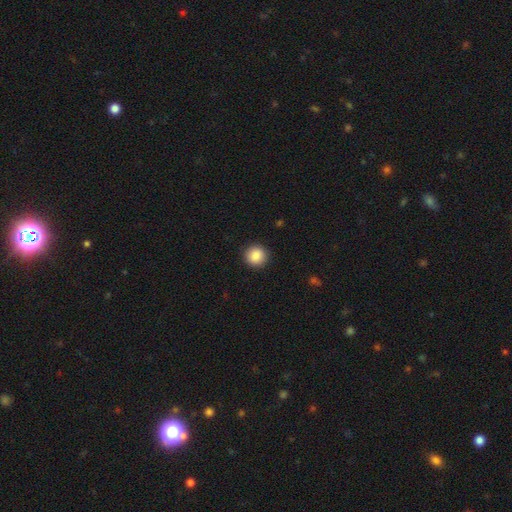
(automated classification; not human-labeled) The model was most divided on "smooth or featured": smooth: 88%, star or artifact: 9%, featured or disk: 4%. More confident: how rounded — round (93%); merging — none (92%).